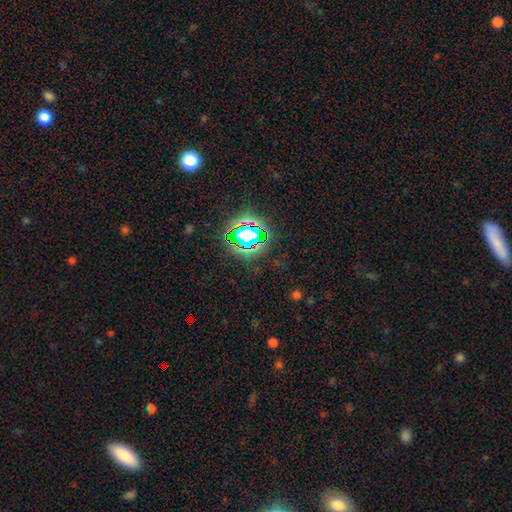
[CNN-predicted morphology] Smooth or featured? Predicted: star or artifact (p=0.80).